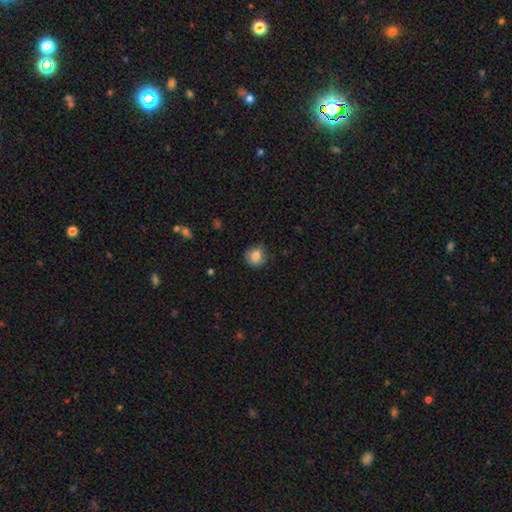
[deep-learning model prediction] smooth_or_featured: smooth (p=0.82) [alt: star or artifact p=0.09]
how_rounded: round (p=0.82) [alt: in between p=0.17]
merging: none (p=0.74) [alt: minor disturbance p=0.21]